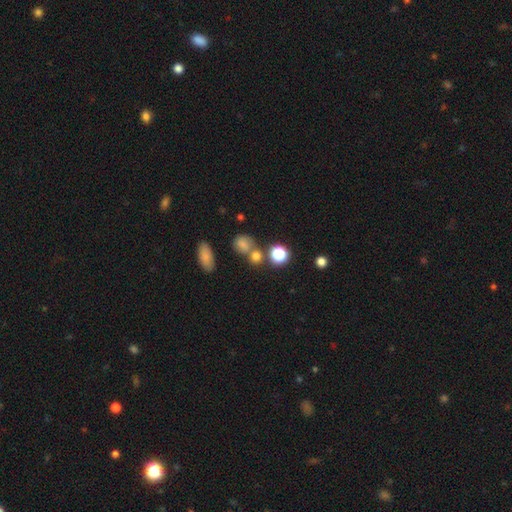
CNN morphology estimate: This appears to be a smooth galaxy with no disk features (72%) that is round (77%). Merging: none (55%).